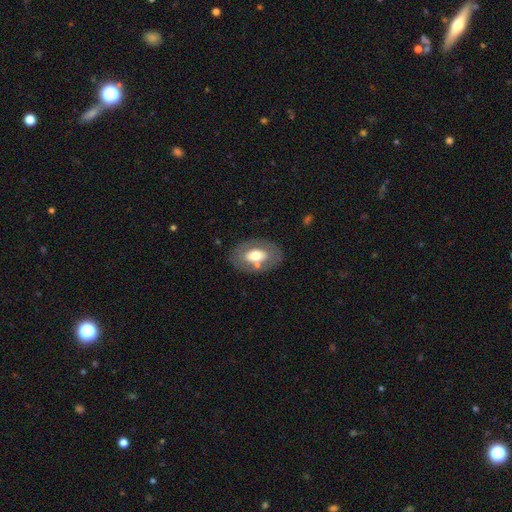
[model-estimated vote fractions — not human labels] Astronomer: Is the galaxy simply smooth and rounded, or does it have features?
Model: smooth — 51% (runner-up: featured or disk, 42%).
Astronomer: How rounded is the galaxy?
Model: in between — 87%.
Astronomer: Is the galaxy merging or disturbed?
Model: none — 74%.